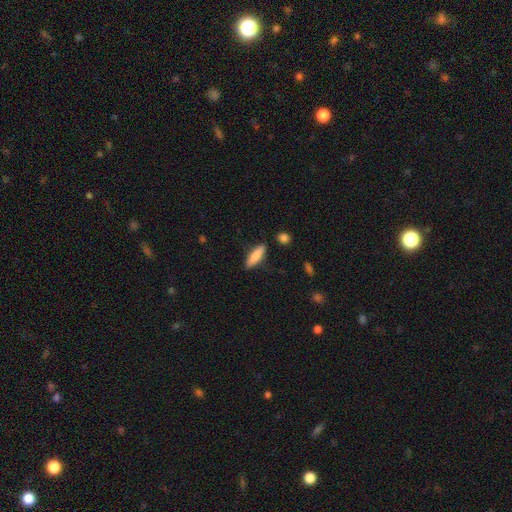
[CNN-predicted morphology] A smooth galaxy with no disk features (76%) that is cigar-shaped (59%). Merging: none (86%).